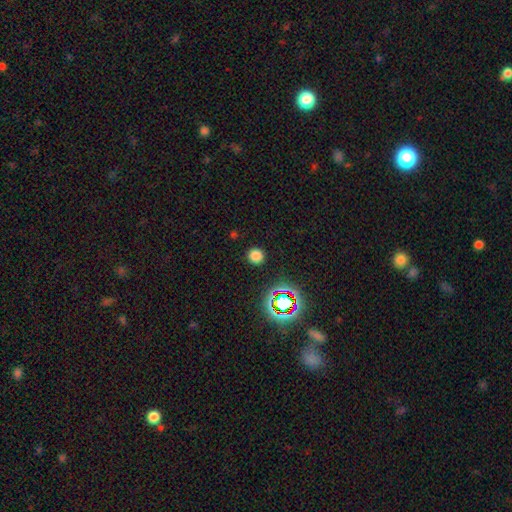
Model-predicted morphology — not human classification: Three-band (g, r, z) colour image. It shows a smooth galaxy with no disk features (76%) that is round (92%). Merging: none (90%).